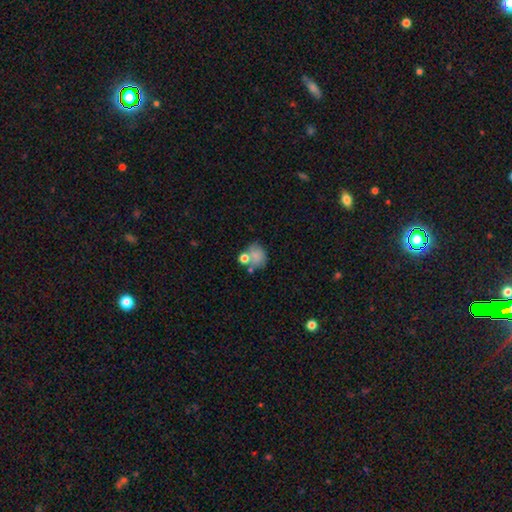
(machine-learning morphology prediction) Smooth or featured?
  - smooth: 75% *
  - featured or disk: 15%
  - star or artifact: 10%
How rounded?
  - round: 59% *
  - in between: 40%
  - cigar-shaped: 1%
Merging?
  - none: 43% *
  - merger: 30%
  - minor disturbance: 17%
  - major disturbance: 10%